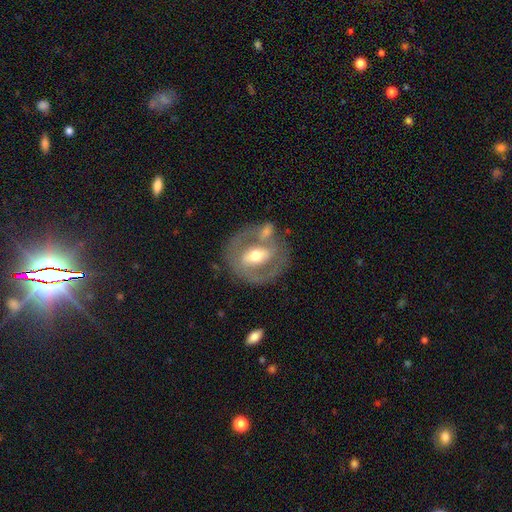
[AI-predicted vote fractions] This appears to be a featured or disk galaxy (74%) with a strong bar (46%), spiral arms (62%) and a moderate central bulge (67%). Merging: none (69%).